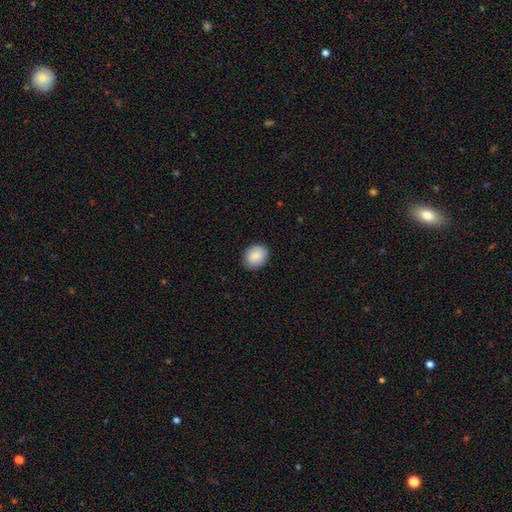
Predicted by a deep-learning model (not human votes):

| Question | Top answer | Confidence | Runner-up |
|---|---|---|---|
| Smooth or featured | smooth | 88% | star or artifact (7%) |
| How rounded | in between | 50% | round (49%) |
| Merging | none | 89% | minor disturbance (9%) |